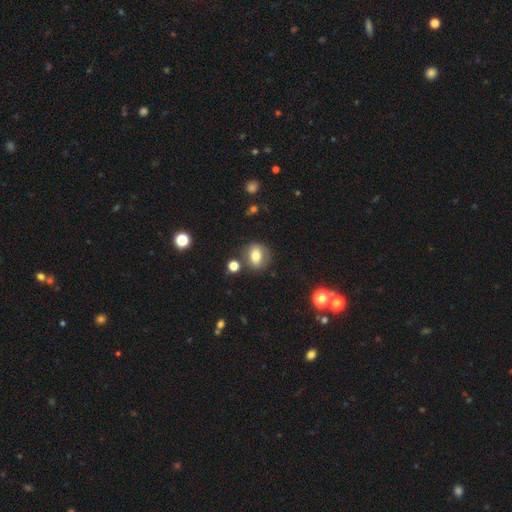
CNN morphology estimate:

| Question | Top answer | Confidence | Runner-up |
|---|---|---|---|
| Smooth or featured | smooth | 69% | featured or disk (20%) |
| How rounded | round | 62% | in between (37%) |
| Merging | none | 73% | minor disturbance (15%) |